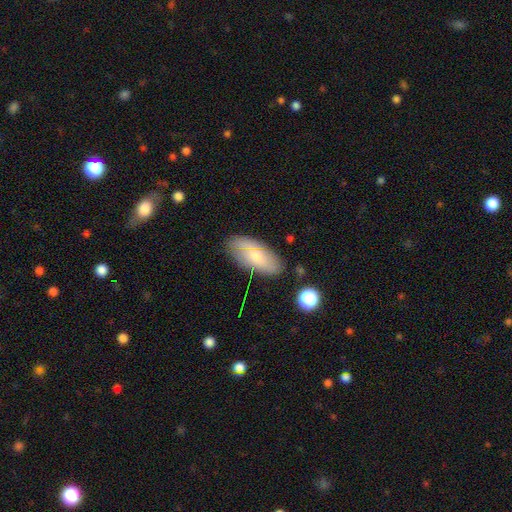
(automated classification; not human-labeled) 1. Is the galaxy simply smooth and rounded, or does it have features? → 53% smooth, 39% featured or disk, 8% star or artifact.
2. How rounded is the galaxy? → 88% in between, 9% cigar-shaped, 3% round.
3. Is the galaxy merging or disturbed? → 77% none, 16% minor disturbance, 4% major disturbance, 3% merger.